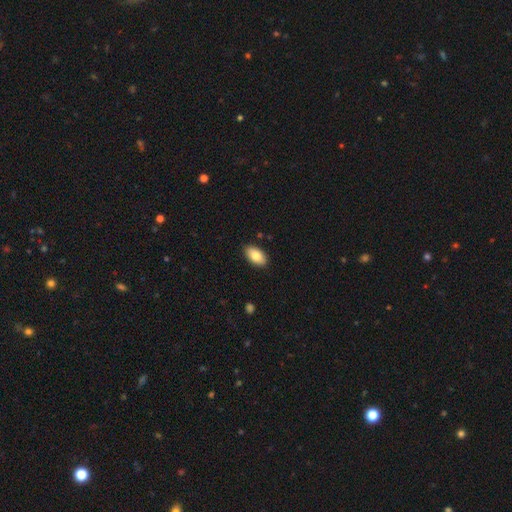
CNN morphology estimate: smooth-or-featured: smooth: 80% | featured or disk: 13% | star or artifact: 7%
  how-rounded: in between: 94% | round: 4% | cigar-shaped: 2%
  merging: none: 89% | minor disturbance: 8% | major disturbance: 2% | merger: 1%